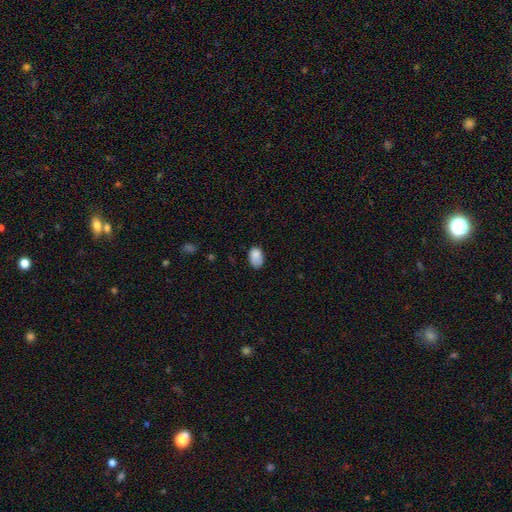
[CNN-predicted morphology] This is clearly a smooth galaxy (84%). How rounded: clearly in between (87%). Merging: possibly none (60%).